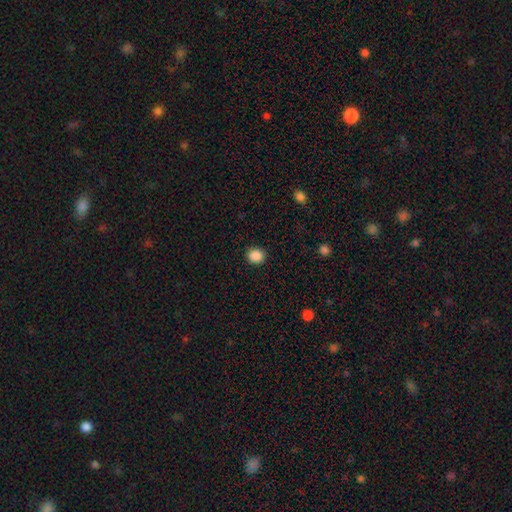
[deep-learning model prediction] smooth 87%, star or artifact 10%, featured or disk 3%. Down the decision tree: how rounded — round (79%); merging — none (90%).